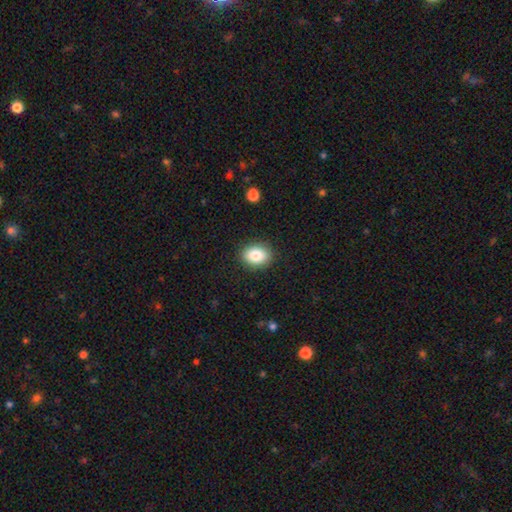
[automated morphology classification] This appears to be a smooth galaxy with no disk features (84%) that is in between round and cigar-shaped (64%). Merging: none (88%).